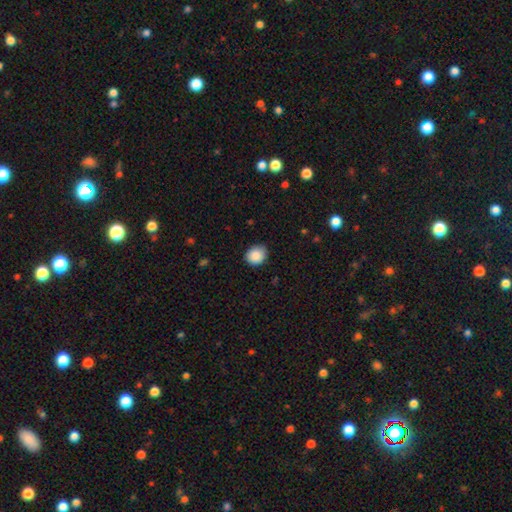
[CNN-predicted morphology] smooth-or-featured: smooth: 88% | star or artifact: 8% | featured or disk: 4%
  how-rounded: round: 67% | in between: 32% | cigar-shaped: 1%
  merging: none: 81% | minor disturbance: 15% | major disturbance: 2% | merger: 1%